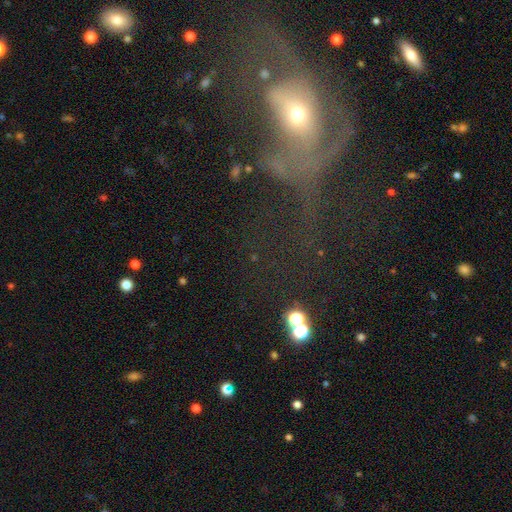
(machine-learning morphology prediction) featured or disk 45%, star or artifact 29%, smooth 26%. Down the decision tree: merging — major disturbance (44%).